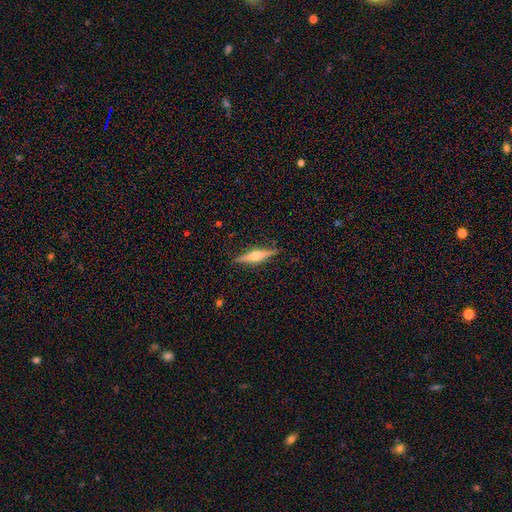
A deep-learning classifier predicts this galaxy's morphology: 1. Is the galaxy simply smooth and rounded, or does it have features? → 70% featured or disk, 24% smooth, 6% star or artifact.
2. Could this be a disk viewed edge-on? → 97% yes, 3% no.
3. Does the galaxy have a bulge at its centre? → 89% rounded, 7% boxy, 4% none.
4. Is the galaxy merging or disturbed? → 89% none, 8% minor disturbance, 2% major disturbance, 1% merger.